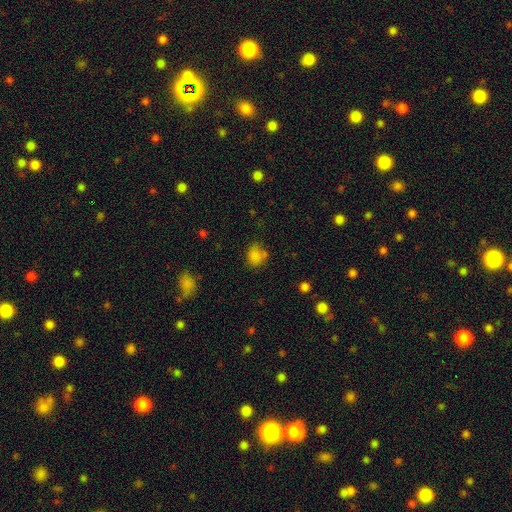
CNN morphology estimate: This is likely a smooth galaxy (80%). How rounded: likely round (61%). Merging: possibly none (58%).